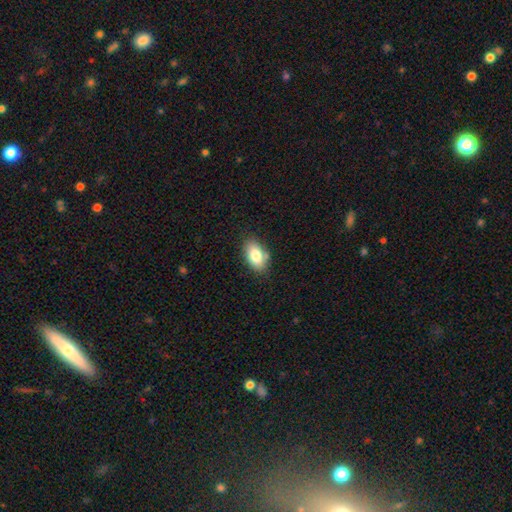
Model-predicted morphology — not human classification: A smooth galaxy with no disk features (82%) that is in between round and cigar-shaped (92%).

Vote fractions:
- Smooth or featured? smooth: 82% / featured or disk: 10% / star or artifact: 7%
- How rounded? in between: 92% / round: 6% / cigar-shaped: 2%
- Merging? none: 79% / minor disturbance: 15% / major disturbance: 3% / merger: 3%